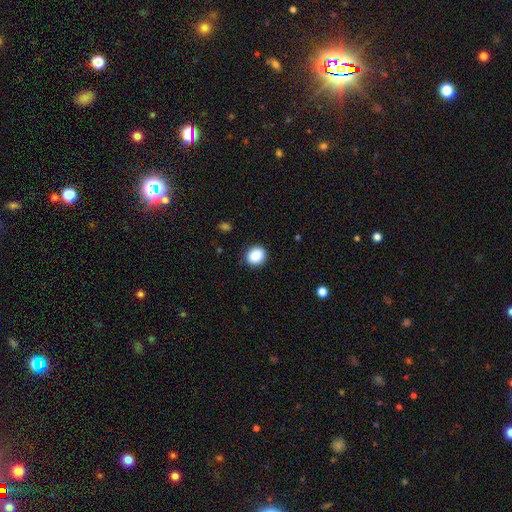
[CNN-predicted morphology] The model was most divided on "how rounded": round: 73%, in between: 26%, cigar-shaped: 1%. More confident: merging — none (88%); smooth or featured — smooth (88%).